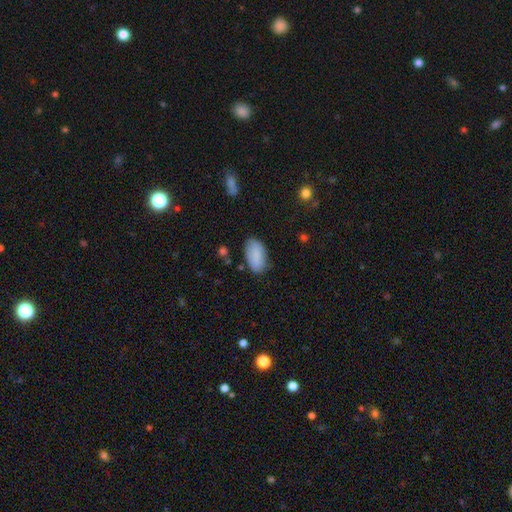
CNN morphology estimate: smooth_or_featured: smooth (p=0.86) [alt: featured or disk p=0.07]
how_rounded: in between (p=0.94) [alt: round p=0.03]
merging: none (p=0.80) [alt: minor disturbance p=0.15]